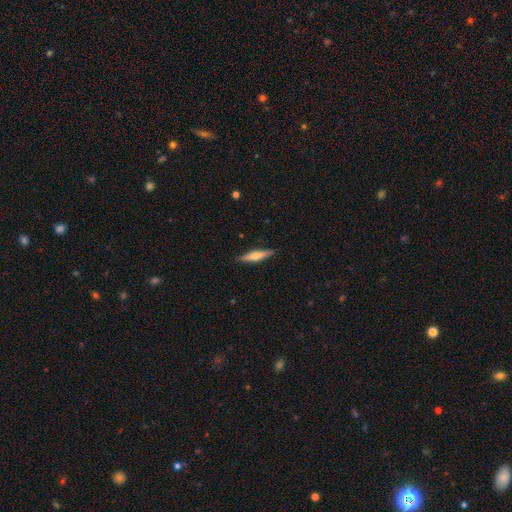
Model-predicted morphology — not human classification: Smooth or featured? featured or disk (49%)
Merging? none (90%)